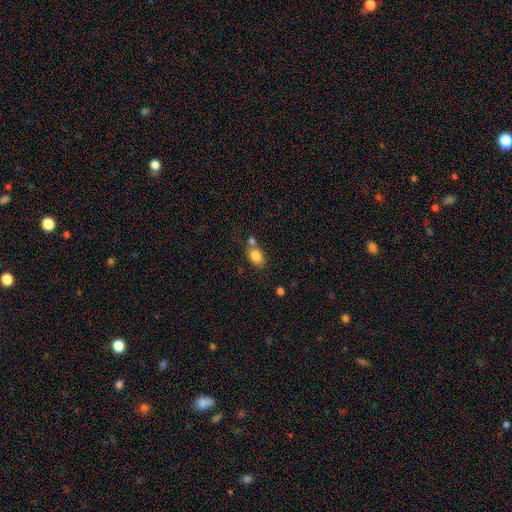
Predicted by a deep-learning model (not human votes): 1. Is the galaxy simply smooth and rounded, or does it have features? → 83% smooth, 9% star or artifact, 8% featured or disk.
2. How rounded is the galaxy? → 75% in between, 23% round, 2% cigar-shaped.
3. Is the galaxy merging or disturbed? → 52% none, 29% merger, 14% minor disturbance, 5% major disturbance.